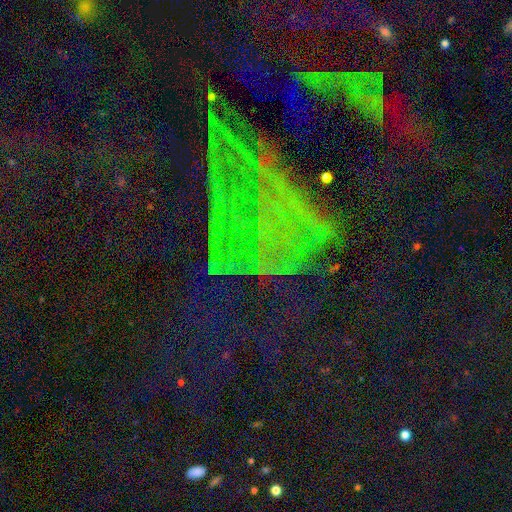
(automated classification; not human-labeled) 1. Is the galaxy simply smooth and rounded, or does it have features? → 78% star or artifact, 12% featured or disk, 10% smooth.